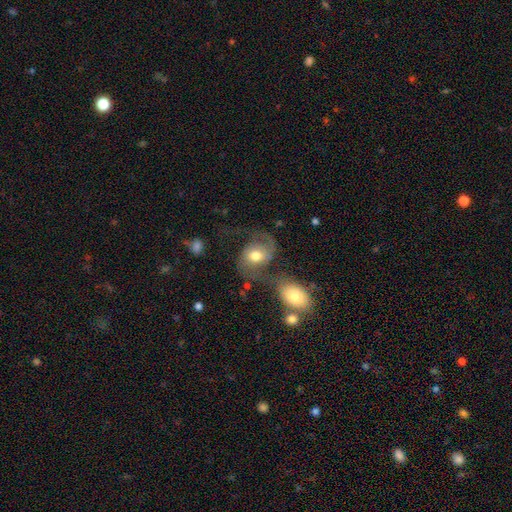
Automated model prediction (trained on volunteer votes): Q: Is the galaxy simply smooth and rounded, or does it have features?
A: featured or disk — 69%.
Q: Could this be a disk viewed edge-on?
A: no — 97%.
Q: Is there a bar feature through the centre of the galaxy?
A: no — 60%.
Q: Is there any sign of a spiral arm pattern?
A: yes — 90%.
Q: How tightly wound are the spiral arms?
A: medium — 47%.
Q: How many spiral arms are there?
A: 2 — 87%.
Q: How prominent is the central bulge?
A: moderate — 72%.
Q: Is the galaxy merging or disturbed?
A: none — 45%.